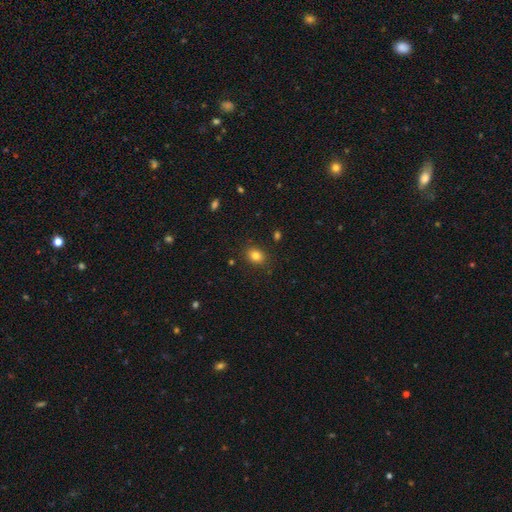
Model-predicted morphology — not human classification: The model was most divided on "how rounded": in between: 51%, round: 48%, cigar-shaped: 1%. More confident: merging — none (86%); smooth or featured — smooth (82%).